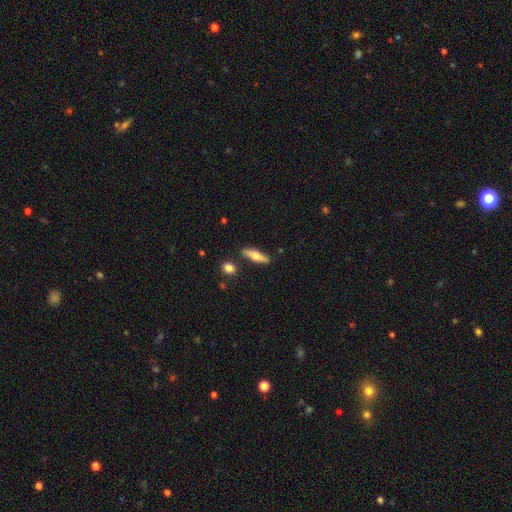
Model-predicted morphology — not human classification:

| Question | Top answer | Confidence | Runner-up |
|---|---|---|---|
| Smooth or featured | smooth | 60% | featured or disk (34%) |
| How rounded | cigar-shaped | 63% | in between (35%) |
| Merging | none | 83% | minor disturbance (11%) |